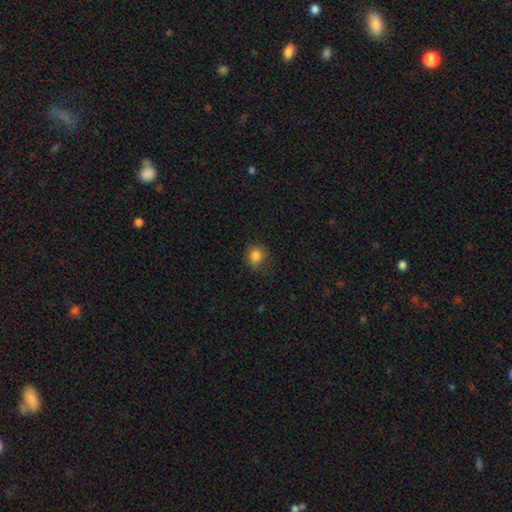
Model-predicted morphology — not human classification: smooth 83%, star or artifact 12%, featured or disk 5%. Down the decision tree: how rounded — round (84%); merging — none (72%).